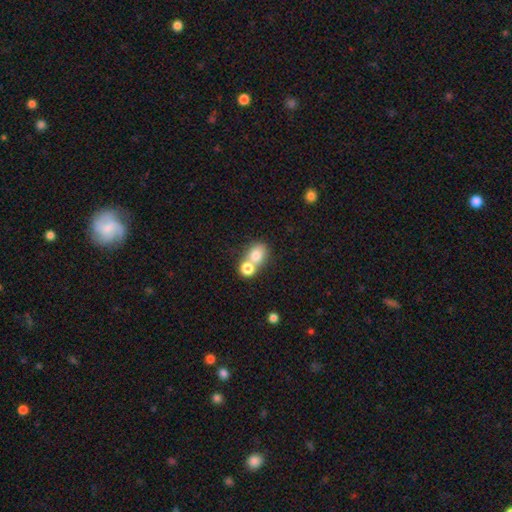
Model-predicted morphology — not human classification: Smooth or featured?
  - smooth: 76% *
  - featured or disk: 13%
  - star or artifact: 10%
How rounded?
  - round: 56% *
  - in between: 43%
  - cigar-shaped: 1%
Merging?
  - merger: 59% *
  - none: 31%
  - minor disturbance: 7%
  - major disturbance: 3%